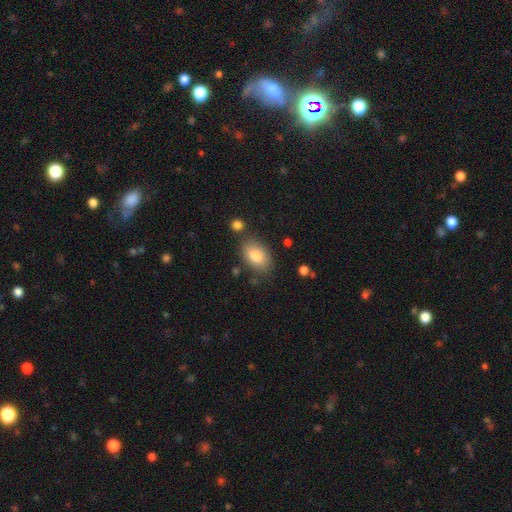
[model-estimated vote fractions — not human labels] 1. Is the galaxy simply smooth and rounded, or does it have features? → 81% smooth, 11% featured or disk, 7% star or artifact.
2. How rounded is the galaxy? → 88% in between, 10% round, 1% cigar-shaped.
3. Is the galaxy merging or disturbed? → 77% none, 14% minor disturbance, 5% merger, 4% major disturbance.